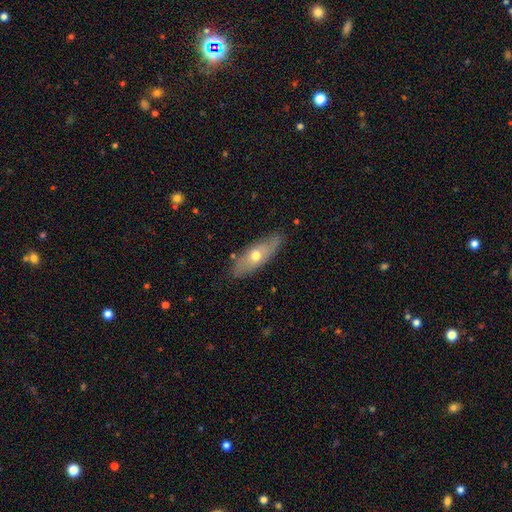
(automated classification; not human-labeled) A smooth galaxy with no disk features (52%) that is in between round and cigar-shaped (66%).

Vote fractions:
- Smooth or featured? smooth: 52% / featured or disk: 41% / star or artifact: 6%
- How rounded? in between: 66% / cigar-shaped: 31% / round: 3%
- Merging? none: 78% / minor disturbance: 16% / major disturbance: 3% / merger: 2%